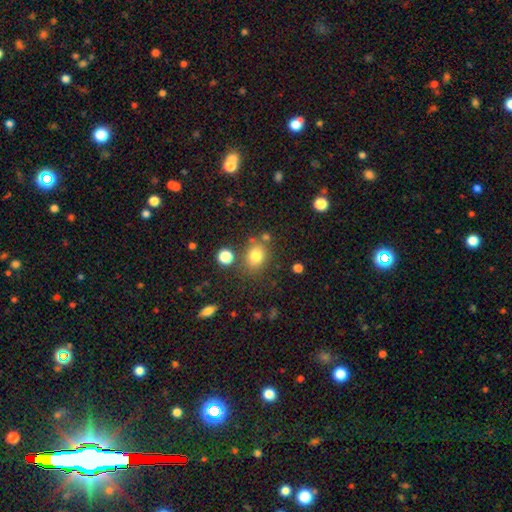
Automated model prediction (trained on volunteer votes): Q: Smooth or featured?
A: smooth (78%); runner-up: star or artifact (13%)
Q: How rounded?
A: round (56%); runner-up: in between (43%)
Q: Merging?
A: none (73%); runner-up: minor disturbance (13%)